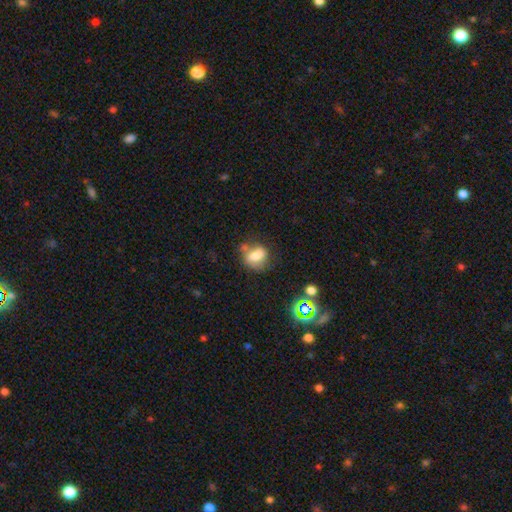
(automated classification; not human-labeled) smooth-or-featured: smooth: 66% | featured or disk: 22% | star or artifact: 12%
  how-rounded: in between: 51% | round: 47% | cigar-shaped: 2%
  merging: none: 50% | minor disturbance: 23% | merger: 17% | major disturbance: 10%